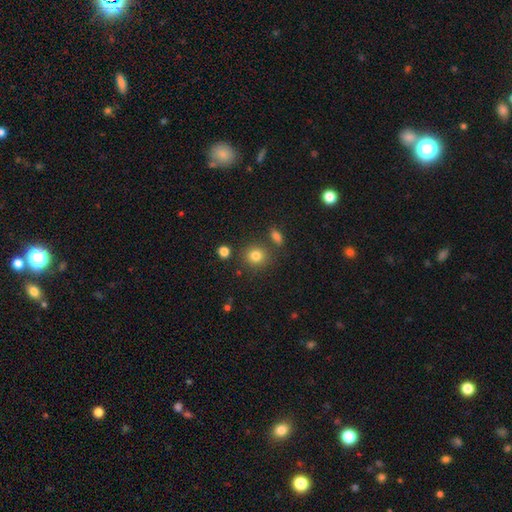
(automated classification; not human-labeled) smooth_or_featured: smooth (p=0.81) [alt: star or artifact p=0.12]
how_rounded: round (p=0.83) [alt: in between p=0.16]
merging: none (p=0.79) [alt: minor disturbance p=0.10]